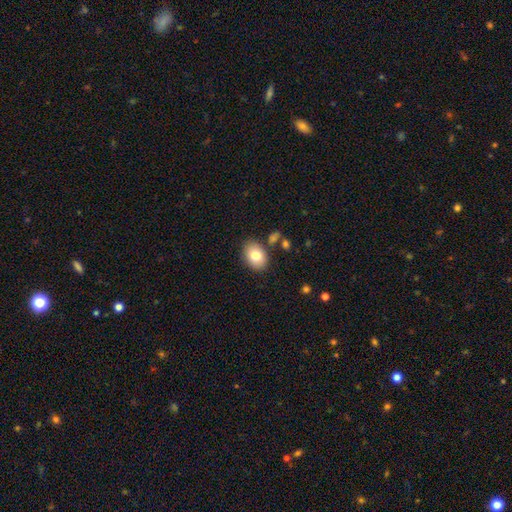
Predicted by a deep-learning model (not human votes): This is likely a smooth galaxy (78%). How rounded: likely in between (74%). Merging: clearly none (81%).